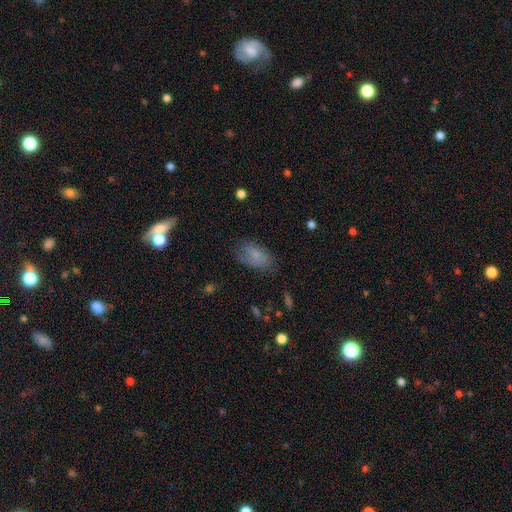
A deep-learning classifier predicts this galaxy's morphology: Q: Smooth or featured?
A: smooth (60%); runner-up: featured or disk (31%)
Q: How rounded?
A: in between (91%); runner-up: round (7%)
Q: Merging?
A: none (61%); runner-up: minor disturbance (26%)